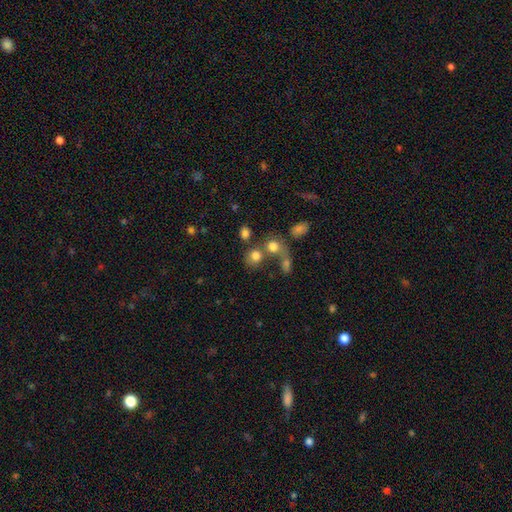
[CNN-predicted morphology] type=smooth (76%); roundness=round (75%); merging=none (43%).